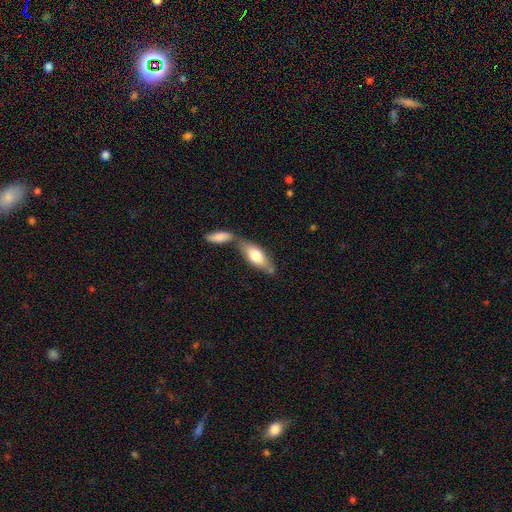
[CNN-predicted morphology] type=smooth (70%); roundness=in between (74%); merging=none (44%).